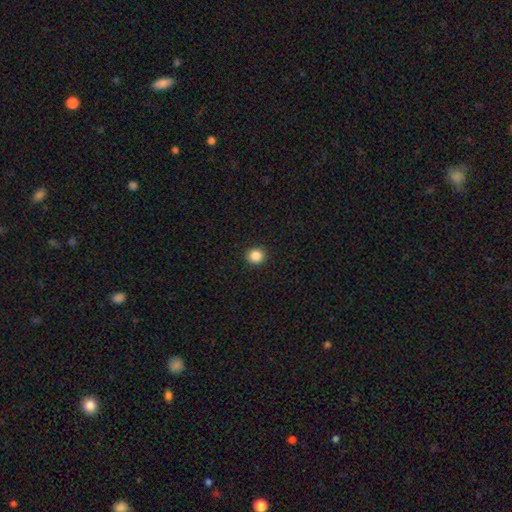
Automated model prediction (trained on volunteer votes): A smooth galaxy with no disk features (87%) that is round (89%).

Vote fractions:
- Smooth or featured? smooth: 87% / star or artifact: 10% / featured or disk: 3%
- How rounded? round: 89% / in between: 10% / cigar-shaped: 1%
- Merging? none: 92% / minor disturbance: 5% / major disturbance: 2% / merger: 1%